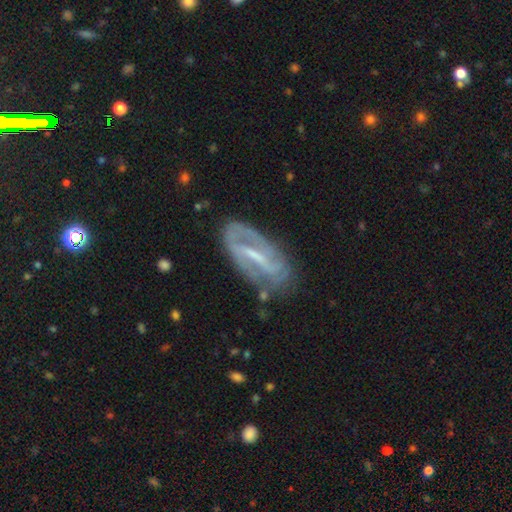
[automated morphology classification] Smooth or featured: featured or disk — 79% (smooth — 14%)
Edge-on disk: no — 90% (yes — 10%)
Bar: strong — 56% (weak — 33%)
Spiral arms: yes — 82% (no — 18%)
Spiral winding: medium — 40% (tight — 38%)
Spiral arm count: 2 — 69% (can't tell — 19%)
Bulge size: small — 49% (moderate — 29%)
Merging: none — 70% (minor disturbance — 20%)